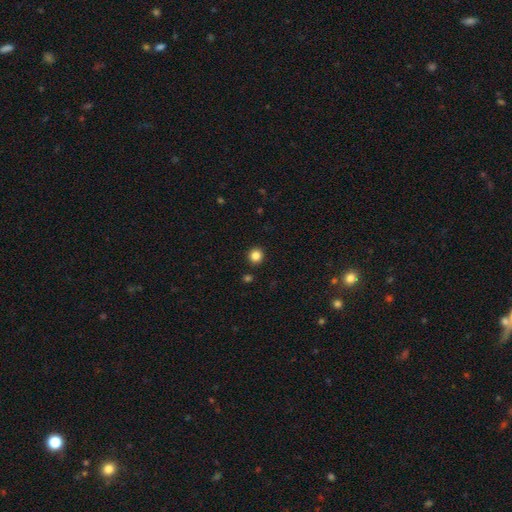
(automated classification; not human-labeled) smooth 85%, star or artifact 11%, featured or disk 4%. Down the decision tree: how rounded — round (91%); merging — none (92%).